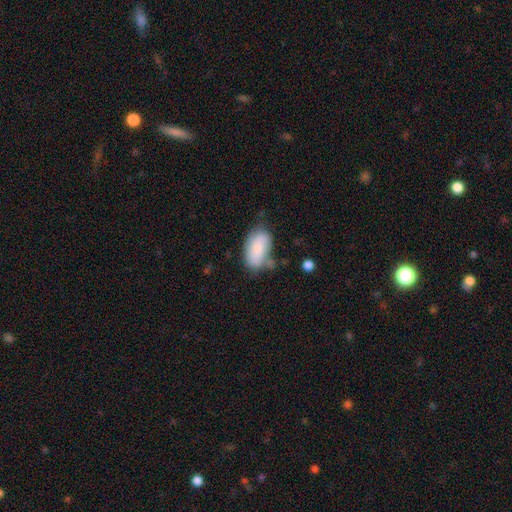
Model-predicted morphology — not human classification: Smooth or featured: smooth — 75% (featured or disk — 19%)
How rounded: in between — 93% (round — 5%)
Merging: none — 51% (minor disturbance — 28%)